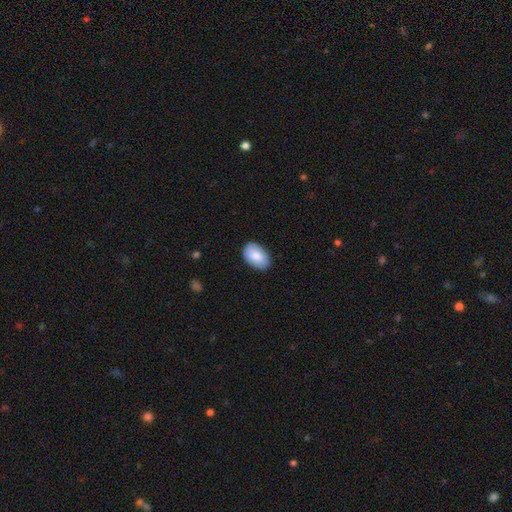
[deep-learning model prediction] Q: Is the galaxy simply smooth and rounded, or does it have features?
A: smooth — 84%.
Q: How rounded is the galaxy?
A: in between — 92%.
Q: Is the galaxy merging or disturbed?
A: none — 86%.